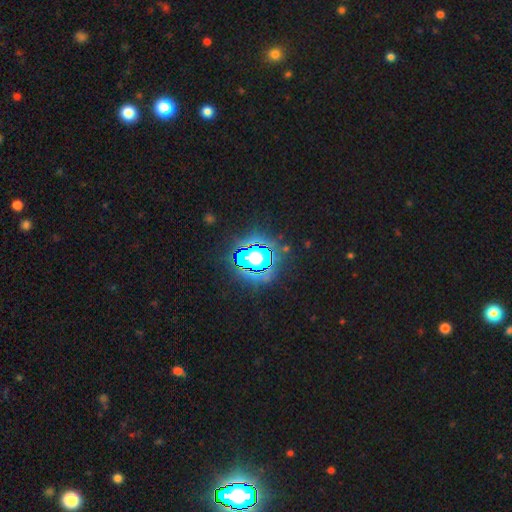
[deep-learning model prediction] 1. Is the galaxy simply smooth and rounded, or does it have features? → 77% star or artifact, 13% smooth, 9% featured or disk.